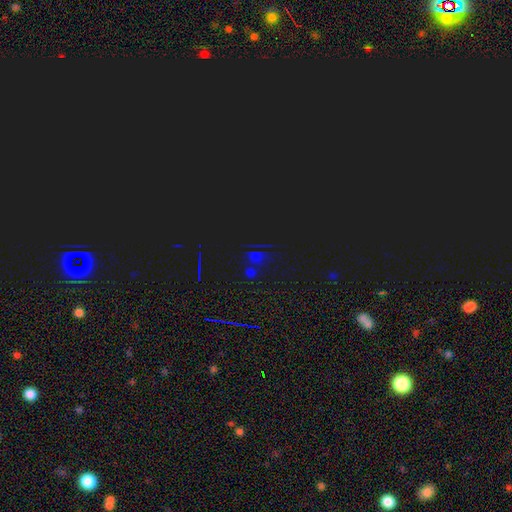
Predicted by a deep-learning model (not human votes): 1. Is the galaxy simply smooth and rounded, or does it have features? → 74% star or artifact, 19% smooth, 7% featured or disk.